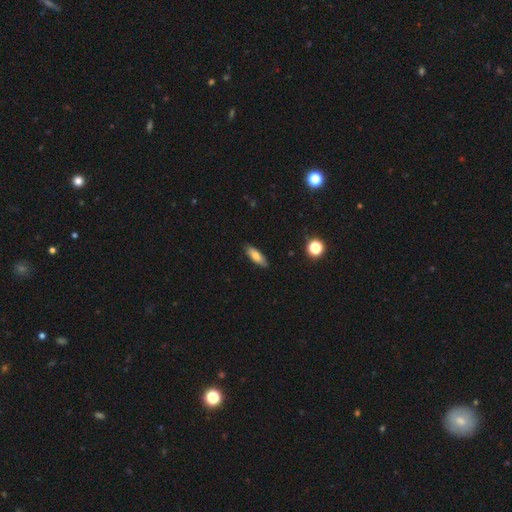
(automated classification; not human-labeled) Smooth or featured? smooth (75%)
How rounded? in between (58%)
Merging? none (87%)